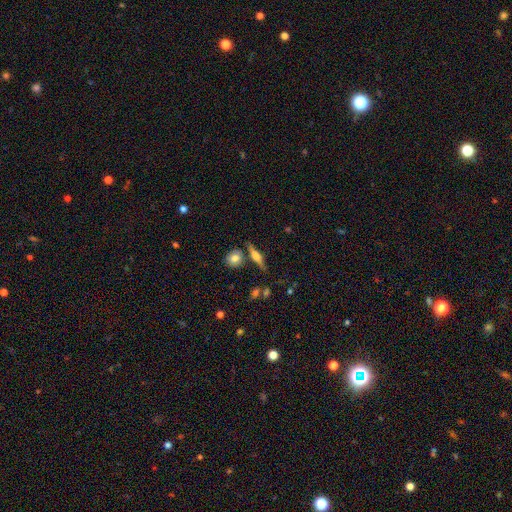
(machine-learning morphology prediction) Smooth or featured?
  - featured or disk: 52% *
  - smooth: 39%
  - star or artifact: 9%
Edge-on disk?
  - yes: 93% *
  - no: 7%
Merging?
  - none: 75% *
  - minor disturbance: 12%
  - merger: 9%
  - major disturbance: 4%